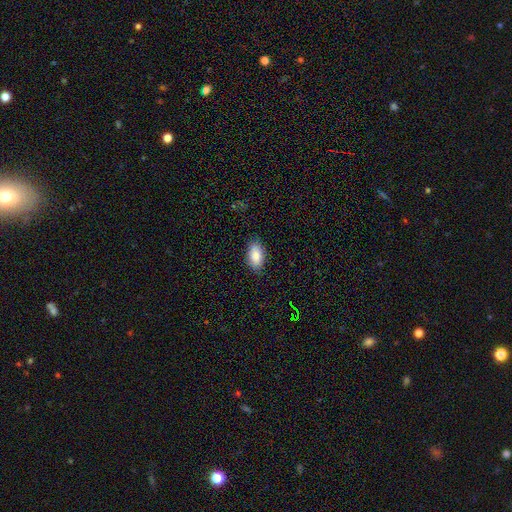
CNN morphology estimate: A smooth galaxy with no disk features (86%) that is in between round and cigar-shaped (93%).

Vote fractions:
- Smooth or featured? smooth: 86% / star or artifact: 7% / featured or disk: 7%
- How rounded? in between: 93% / round: 4% / cigar-shaped: 3%
- Merging? none: 85% / minor disturbance: 12% / major disturbance: 2% / merger: 1%